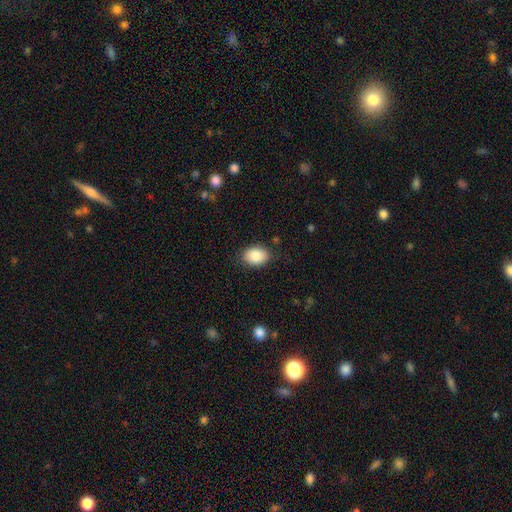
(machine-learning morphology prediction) This is clearly a smooth galaxy (84%). How rounded: likely in between (77%). Merging: clearly none (84%).